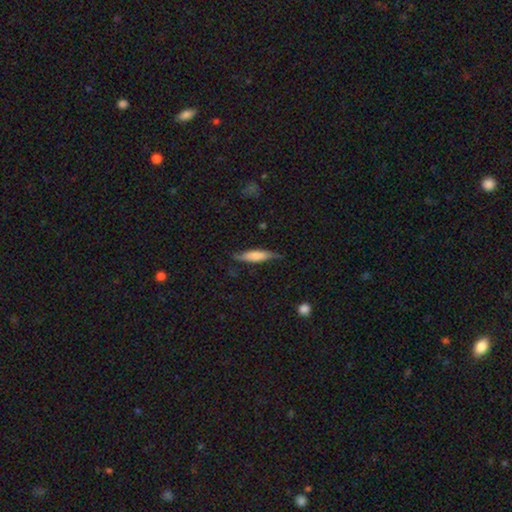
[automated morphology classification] A smooth galaxy with no disk features (64%) that is cigar-shaped (75%).

Vote fractions:
- Smooth or featured? smooth: 64% / featured or disk: 30% / star or artifact: 6%
- How rounded? cigar-shaped: 75% / in between: 23% / round: 2%
- Merging? none: 75% / minor disturbance: 20% / major disturbance: 4% / merger: 1%